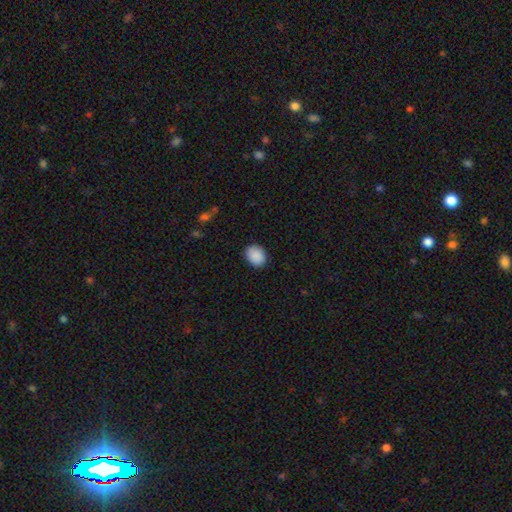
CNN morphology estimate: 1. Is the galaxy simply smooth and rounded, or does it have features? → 90% smooth, 7% star or artifact, 3% featured or disk.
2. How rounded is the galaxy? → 50% round, 49% in between, 1% cigar-shaped.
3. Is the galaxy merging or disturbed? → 88% none, 9% minor disturbance, 2% major disturbance, 1% merger.